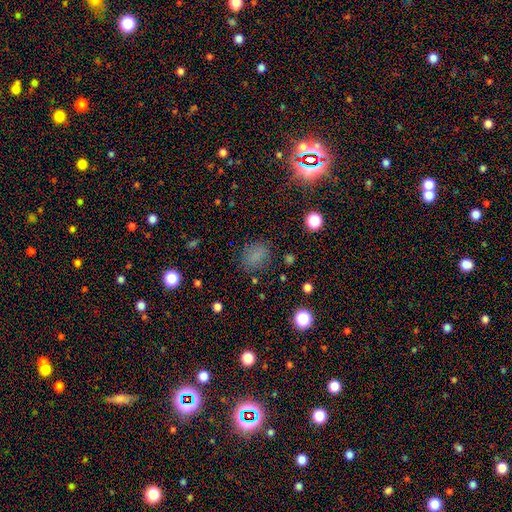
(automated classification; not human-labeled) smooth-or-featured: smooth: 71% | star or artifact: 21% | featured or disk: 8%
  how-rounded: round: 53% | in between: 46% | cigar-shaped: 2%
  merging: none: 77% | minor disturbance: 15% | major disturbance: 6% | merger: 2%